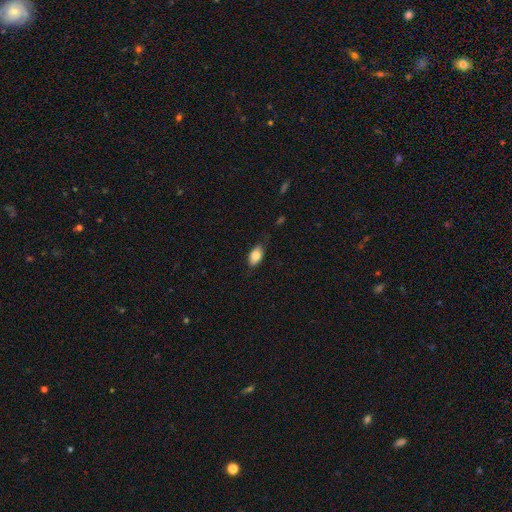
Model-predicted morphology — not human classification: smooth 81%, featured or disk 11%, star or artifact 7%. Down the decision tree: how rounded — in between (90%); merging — none (77%).